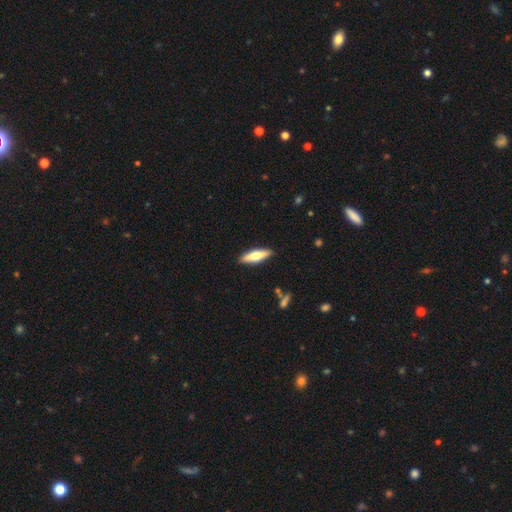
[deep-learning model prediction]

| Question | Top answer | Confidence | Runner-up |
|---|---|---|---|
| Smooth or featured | smooth | 56% | featured or disk (39%) |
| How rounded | cigar-shaped | 63% | in between (35%) |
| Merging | none | 89% | minor disturbance (8%) |